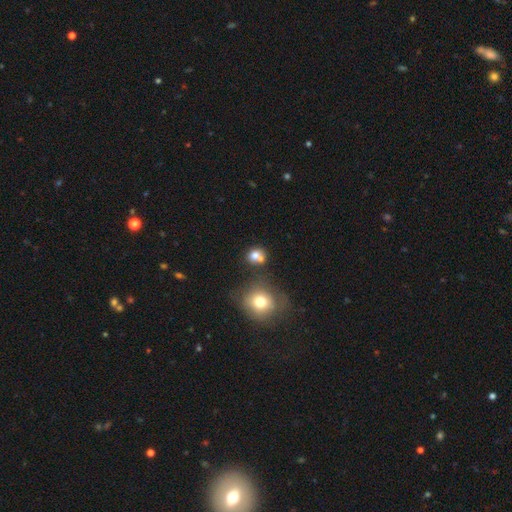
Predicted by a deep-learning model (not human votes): Overall: smooth (76%). How rounded: round (71%). Merging: none (49%; merger 34%).